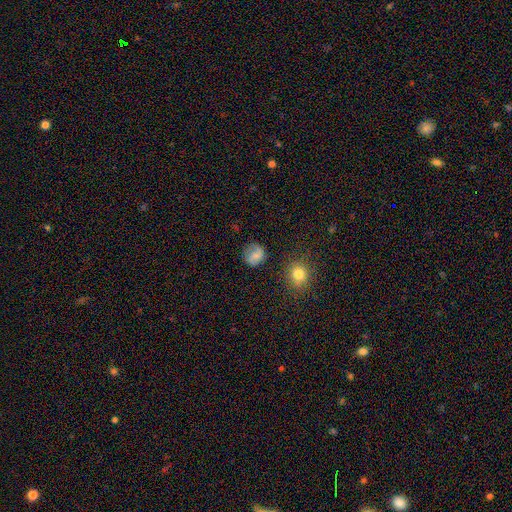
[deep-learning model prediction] Smooth or featured?
  - smooth: 62% *
  - featured or disk: 28%
  - star or artifact: 10%
How rounded?
  - round: 79% *
  - in between: 20%
  - cigar-shaped: 1%
Merging?
  - none: 73% *
  - minor disturbance: 18%
  - major disturbance: 7%
  - merger: 2%